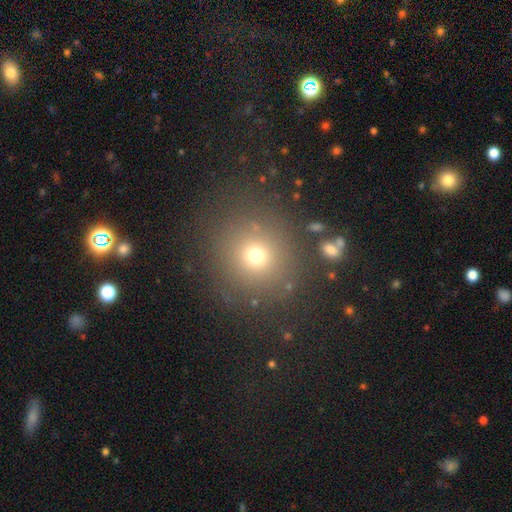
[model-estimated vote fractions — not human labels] Morphology: type=smooth (69%); roundness=round (91%); merging=none (83%).